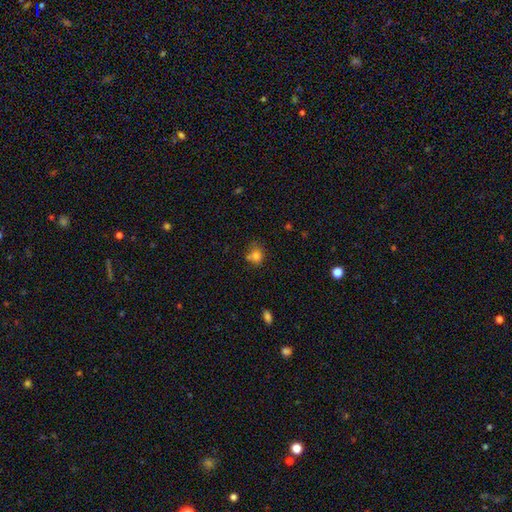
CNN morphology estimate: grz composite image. It shows a smooth galaxy with no disk features (76%) that is round (68%). Merging: none (52%).